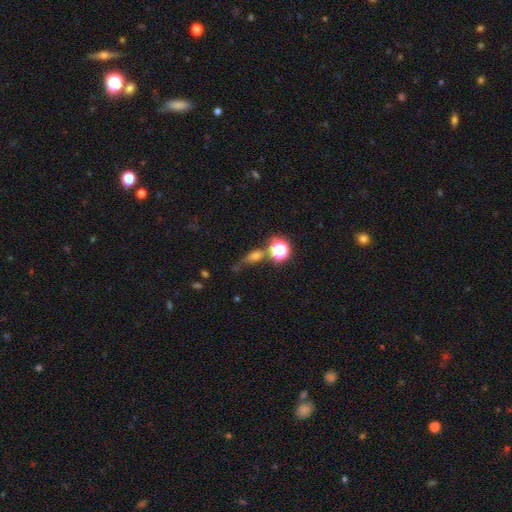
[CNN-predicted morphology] Q: Smooth or featured?
A: smooth (57%); runner-up: star or artifact (27%)
Q: How rounded?
A: in between (46%); runner-up: round (38%)
Q: Merging?
A: none (48%); runner-up: minor disturbance (20%)